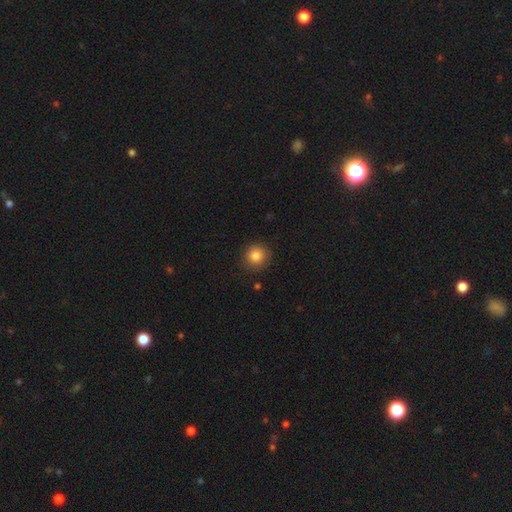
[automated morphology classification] Smooth or featured? Predicted: smooth (p=0.84). How rounded? Predicted: round (p=0.93). Merging? Predicted: none (p=0.88).